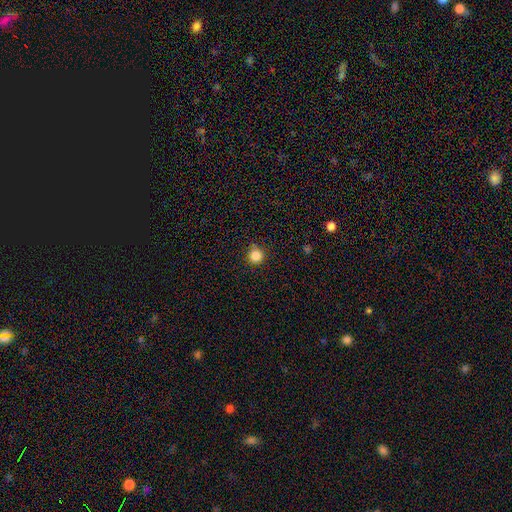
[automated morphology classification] smooth_or_featured: smooth (p=0.84) [alt: star or artifact p=0.12]
how_rounded: round (p=0.95) [alt: in between p=0.04]
merging: none (p=0.86) [alt: minor disturbance p=0.09]